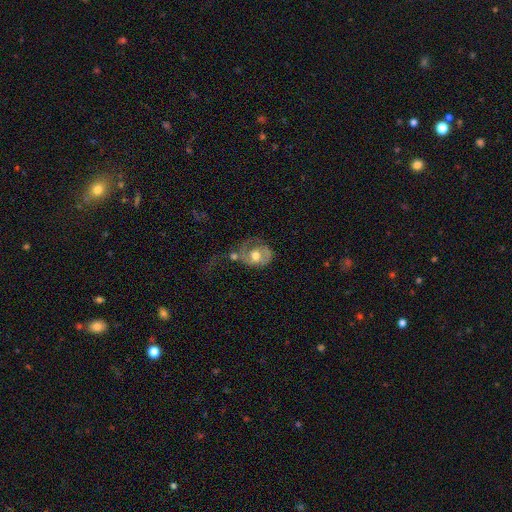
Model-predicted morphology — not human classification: Smooth or featured?
  - featured or disk: 56% *
  - smooth: 37%
  - star or artifact: 7%
Edge-on disk?
  - no: 96% *
  - yes: 4%
Bar?
  - no: 71% *
  - weak: 23%
  - strong: 5%
Spiral arms?
  - yes: 62% *
  - no: 38%
Bulge size?
  - moderate: 72% *
  - large: 19%
  - small: 7%
  - none: 1%
  - dominant: 1%
Merging?
  - major disturbance: 32% *
  - none: 26%
  - merger: 23%
  - minor disturbance: 19%